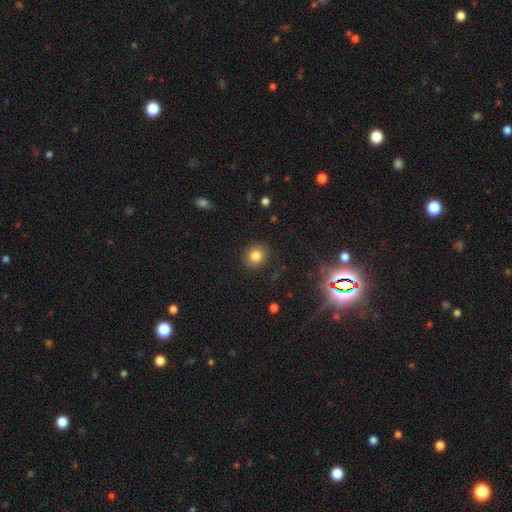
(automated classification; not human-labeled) A smooth galaxy with no disk features (81%) that is round (79%).

Vote fractions:
- Smooth or featured? smooth: 81% / star or artifact: 12% / featured or disk: 7%
- How rounded? round: 79% / in between: 20% / cigar-shaped: 1%
- Merging? none: 88% / minor disturbance: 8% / major disturbance: 2% / merger: 1%